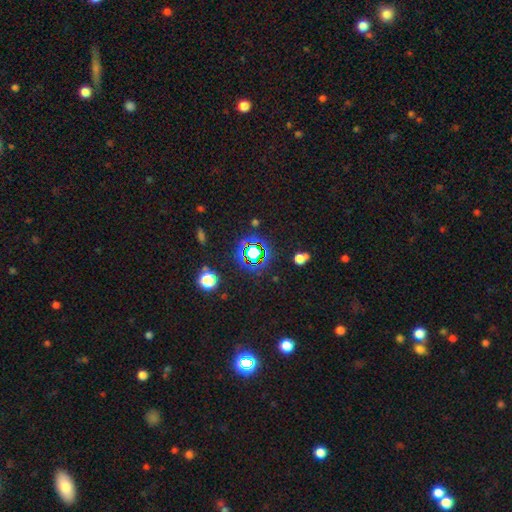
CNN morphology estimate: Smooth or featured?
  - star or artifact: 68% *
  - smooth: 21%
  - featured or disk: 11%